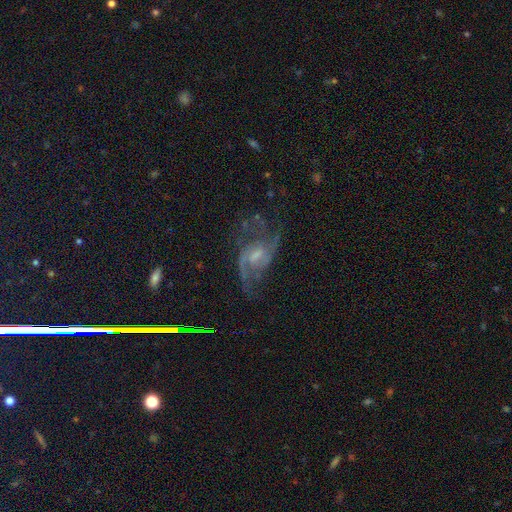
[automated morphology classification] Smooth or featured? Predicted: featured or disk (p=0.81). Edge-on disk? Predicted: no (p=0.96). Bar? Predicted: weak (p=0.54). Spiral arms? Predicted: yes (p=0.90). Spiral winding? Predicted: loose (p=0.50). Spiral arm count? Predicted: 2 (p=0.68). Bulge size? Predicted: small (p=0.43). Merging? Predicted: none (p=0.53).